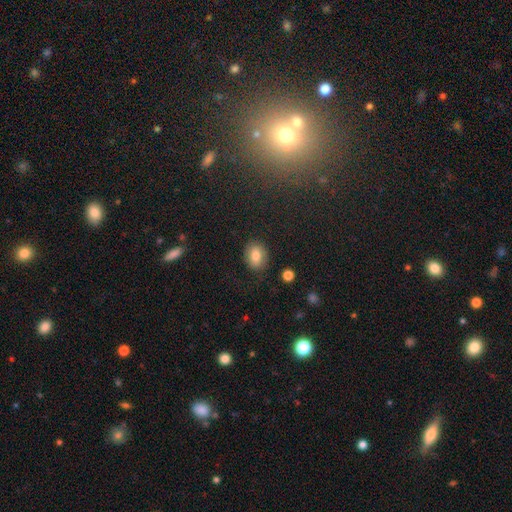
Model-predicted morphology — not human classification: A smooth galaxy with no disk features (77%) that is in between round and cigar-shaped (60%).

Vote fractions:
- Smooth or featured? smooth: 77% / featured or disk: 13% / star or artifact: 10%
- How rounded? in between: 60% / round: 39% / cigar-shaped: 1%
- Merging? none: 82% / minor disturbance: 12% / major disturbance: 4% / merger: 2%